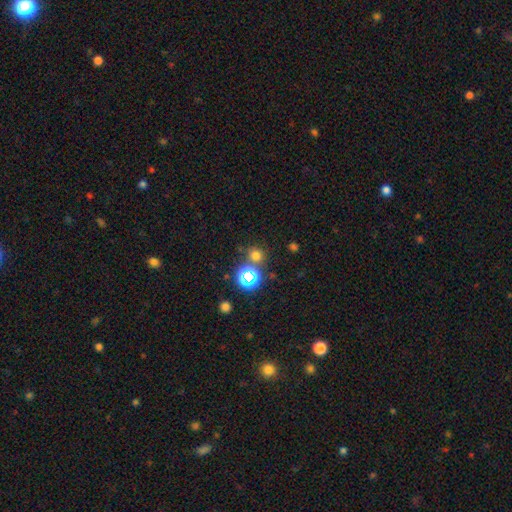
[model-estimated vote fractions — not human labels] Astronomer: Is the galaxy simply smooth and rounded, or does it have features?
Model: smooth — 65%.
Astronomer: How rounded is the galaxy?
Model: round — 86%.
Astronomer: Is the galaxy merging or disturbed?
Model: none — 74%.